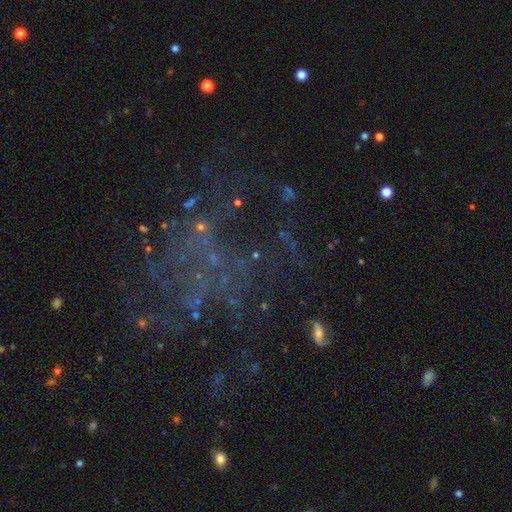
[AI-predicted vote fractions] smooth_or_featured: star or artifact (p=0.50) [alt: featured or disk p=0.29]